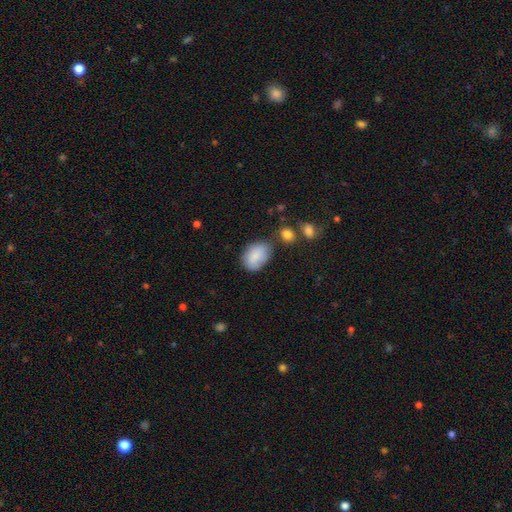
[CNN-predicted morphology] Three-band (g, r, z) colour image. It shows a smooth galaxy with no disk features (85%) that is in between round and cigar-shaped (83%). Merging: none (59%).